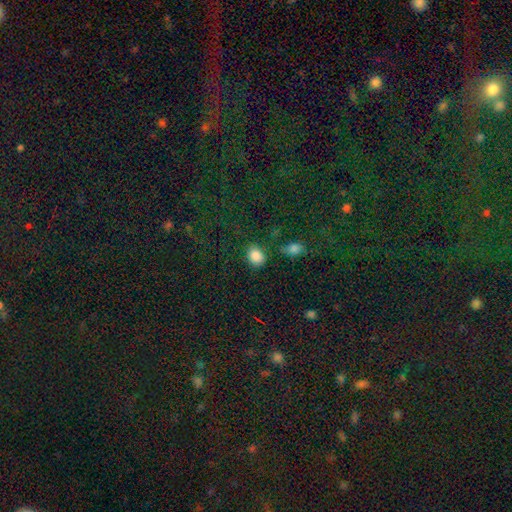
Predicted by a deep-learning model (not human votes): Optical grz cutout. It shows a smooth galaxy with no disk features (86%) that is in between round and cigar-shaped (51%). Merging: none (74%).